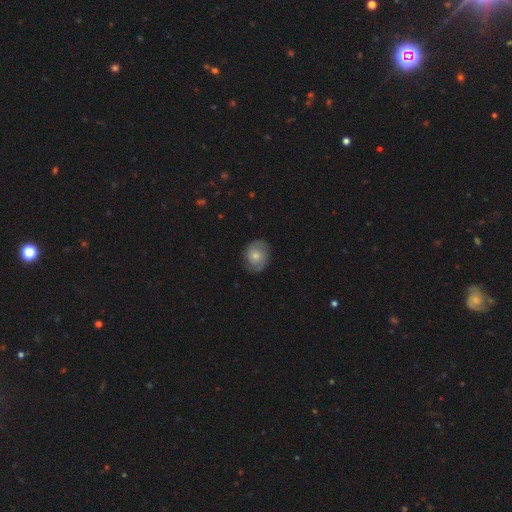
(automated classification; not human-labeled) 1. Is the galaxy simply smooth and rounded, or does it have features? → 47% smooth, 46% featured or disk, 8% star or artifact.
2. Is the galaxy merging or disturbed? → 78% none, 16% minor disturbance, 5% major disturbance, 1% merger.